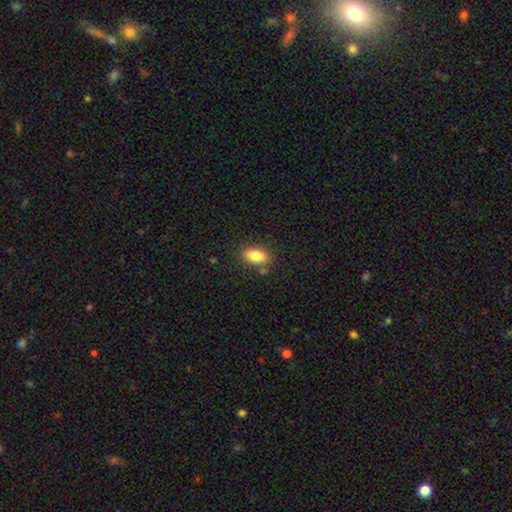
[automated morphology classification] The model was most divided on "merging": none: 80%, minor disturbance: 12%, merger: 4%, major disturbance: 3%. More confident: how rounded — in between (89%); smooth or featured — smooth (83%).